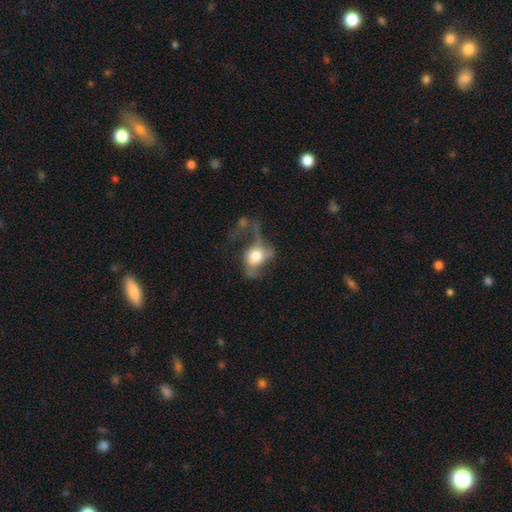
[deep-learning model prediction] Smooth or featured? Predicted: smooth (p=0.48). Merging? Predicted: major disturbance (p=0.53).